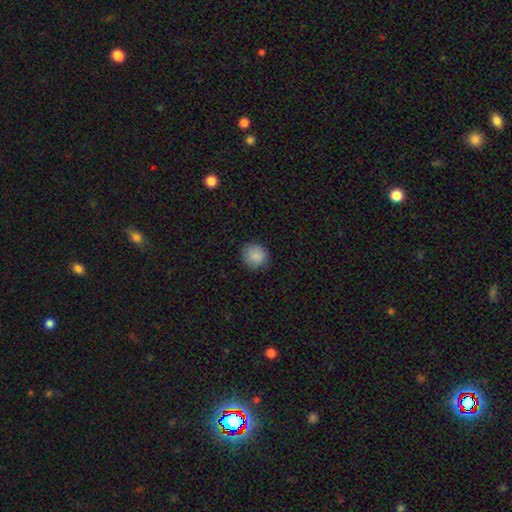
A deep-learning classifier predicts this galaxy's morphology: Smooth or featured?
  - smooth: 88% *
  - star or artifact: 9%
  - featured or disk: 4%
How rounded?
  - round: 90% *
  - in between: 9%
  - cigar-shaped: 1%
Merging?
  - none: 87% *
  - minor disturbance: 9%
  - major disturbance: 2%
  - merger: 1%